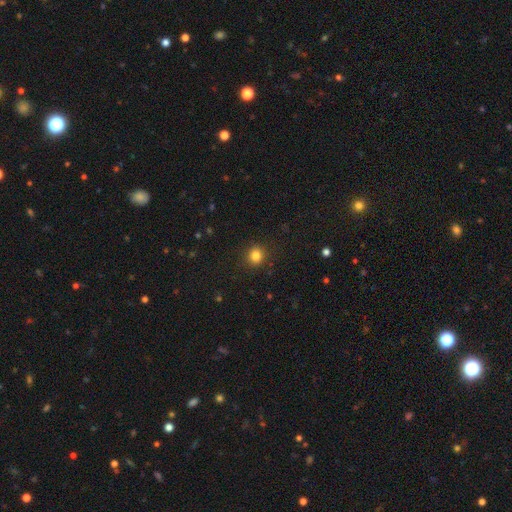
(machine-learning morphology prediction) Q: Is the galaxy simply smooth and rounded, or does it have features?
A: smooth — 83%.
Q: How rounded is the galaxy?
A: round — 88%.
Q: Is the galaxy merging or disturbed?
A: none — 90%.